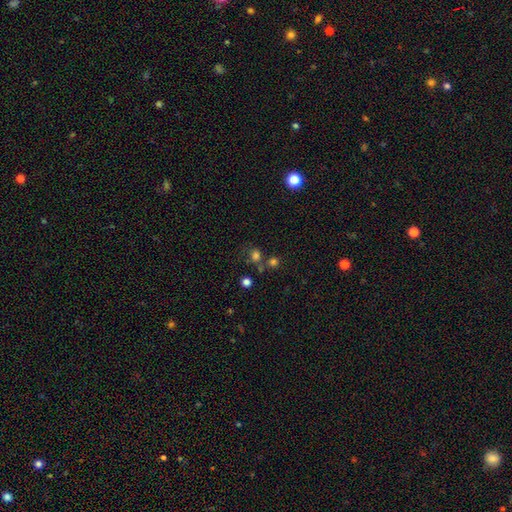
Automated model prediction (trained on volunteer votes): Q: Smooth or featured?
A: smooth (70%); runner-up: star or artifact (22%)
Q: How rounded?
A: round (68%); runner-up: in between (31%)
Q: Merging?
A: none (55%); runner-up: merger (24%)